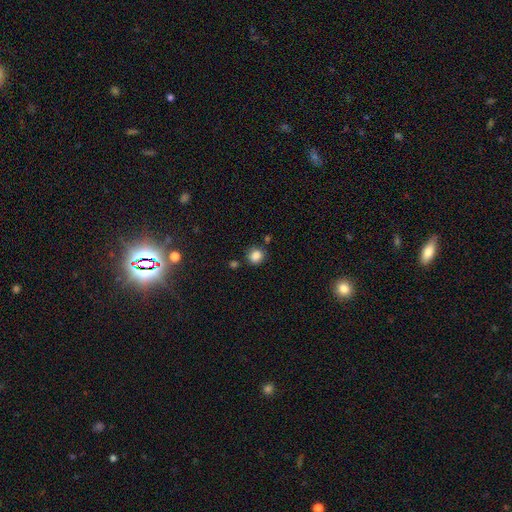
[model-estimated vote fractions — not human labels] smooth 85%, star or artifact 11%, featured or disk 4%. Down the decision tree: how rounded — round (78%); merging — none (77%).